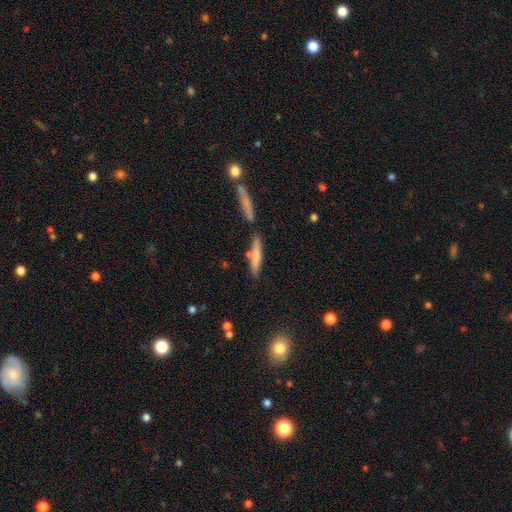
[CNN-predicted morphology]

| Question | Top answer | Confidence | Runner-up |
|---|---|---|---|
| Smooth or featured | smooth | 73% | featured or disk (21%) |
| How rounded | cigar-shaped | 86% | in between (12%) |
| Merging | none | 68% | merger (16%) |